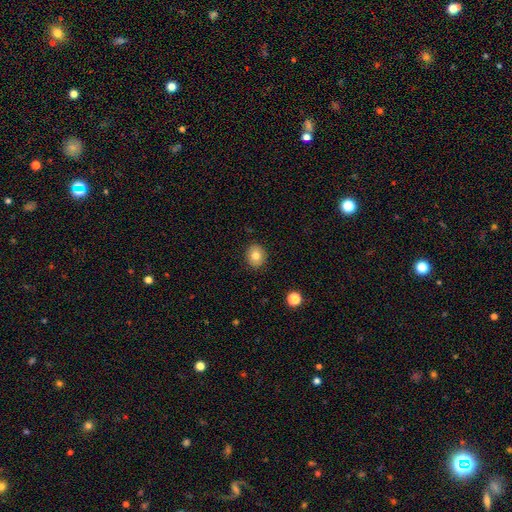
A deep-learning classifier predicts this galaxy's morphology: Smooth or featured? smooth (79%)
How rounded? round (71%)
Merging? none (90%)